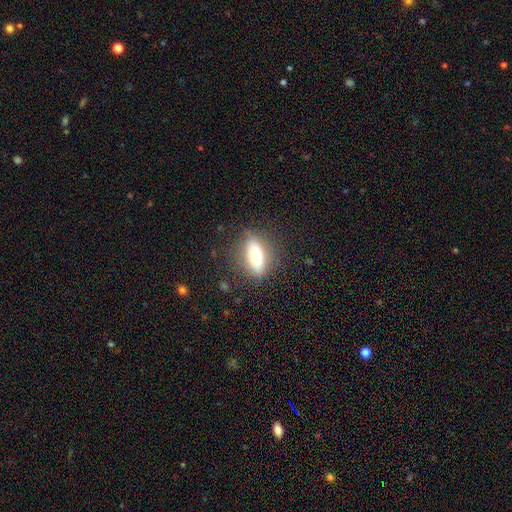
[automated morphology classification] This appears to be a smooth galaxy with no disk features (67%) that is in between round and cigar-shaped (72%). Merging: none (76%).